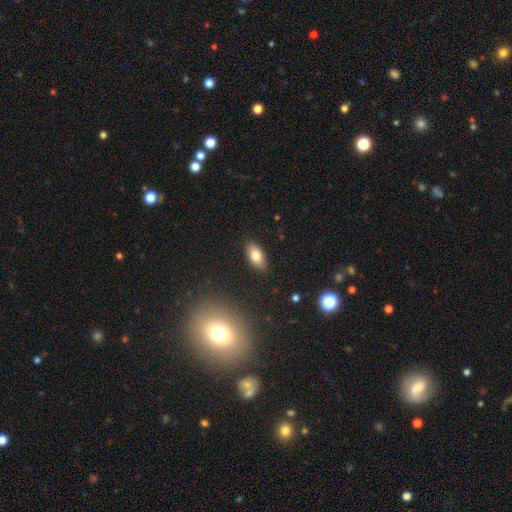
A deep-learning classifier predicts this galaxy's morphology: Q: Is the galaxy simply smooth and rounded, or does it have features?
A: smooth — 80%.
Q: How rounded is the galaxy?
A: in between — 90%.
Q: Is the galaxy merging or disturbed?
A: none — 87%.